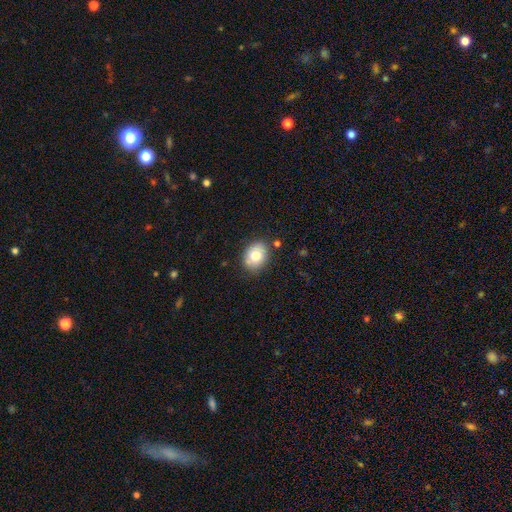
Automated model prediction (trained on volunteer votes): smooth 77%, featured or disk 14%, star or artifact 9%. Down the decision tree: how rounded — in between (55%); merging — none (80%).